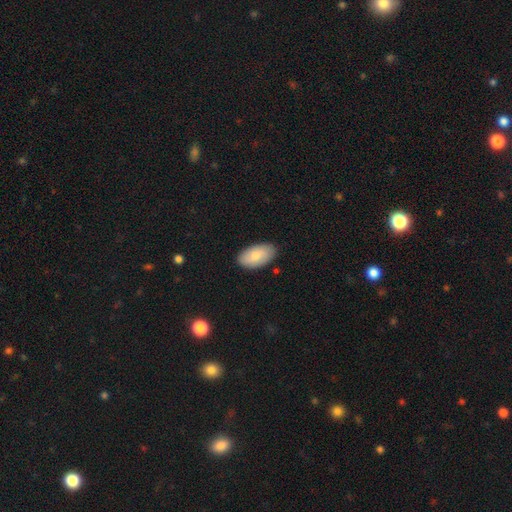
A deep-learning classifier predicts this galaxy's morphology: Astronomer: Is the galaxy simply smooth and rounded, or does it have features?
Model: smooth — 78%.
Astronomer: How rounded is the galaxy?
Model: in between — 95%.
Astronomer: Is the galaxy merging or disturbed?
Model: none — 85%.